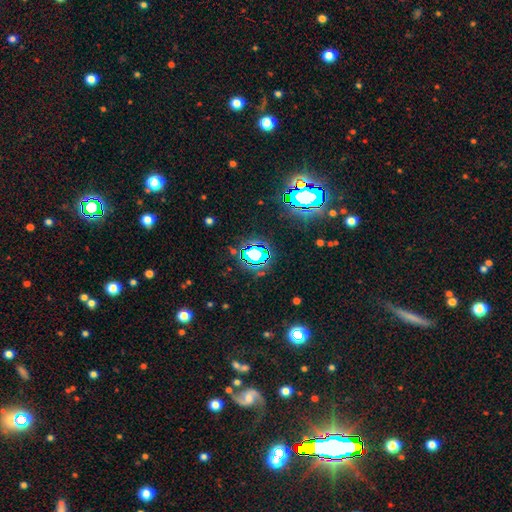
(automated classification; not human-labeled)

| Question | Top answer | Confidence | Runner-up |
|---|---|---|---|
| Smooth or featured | star or artifact | 68% | smooth (20%) |